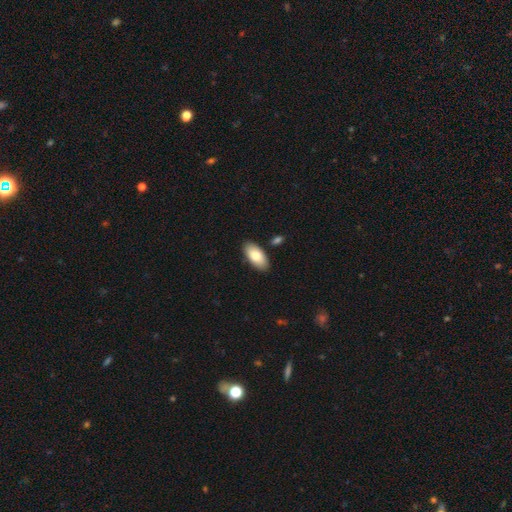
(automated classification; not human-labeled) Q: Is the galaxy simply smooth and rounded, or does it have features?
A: smooth — 78%.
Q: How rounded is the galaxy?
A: in between — 94%.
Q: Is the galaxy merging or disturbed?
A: none — 86%.